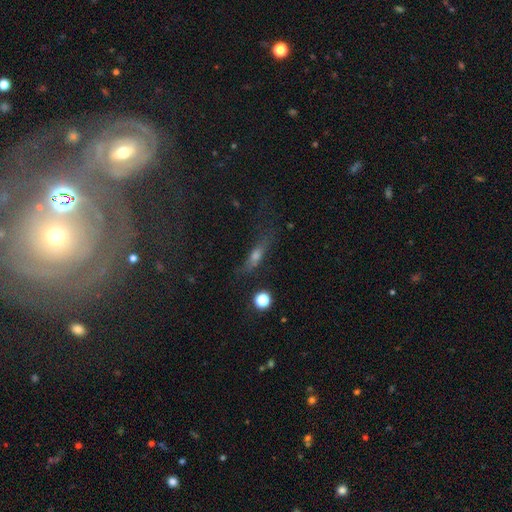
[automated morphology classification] smooth_or_featured: smooth (p=0.43) [alt: featured or disk p=0.38]
merging: none (p=0.63) [alt: minor disturbance p=0.19]